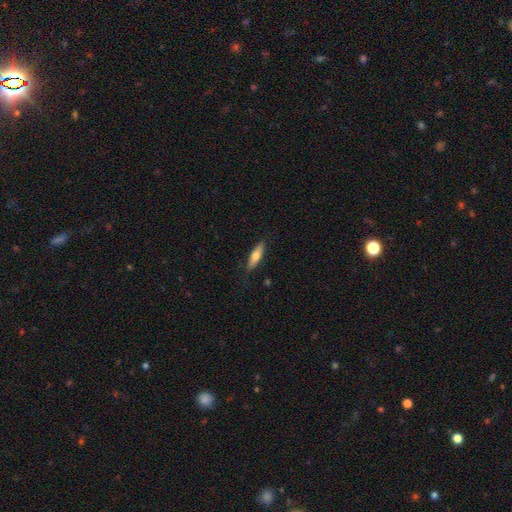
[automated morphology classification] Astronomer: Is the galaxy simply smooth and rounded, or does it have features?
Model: smooth — 66%.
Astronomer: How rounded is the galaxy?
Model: cigar-shaped — 61% (runner-up: in between, 37%).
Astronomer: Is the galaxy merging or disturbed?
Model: none — 84%.